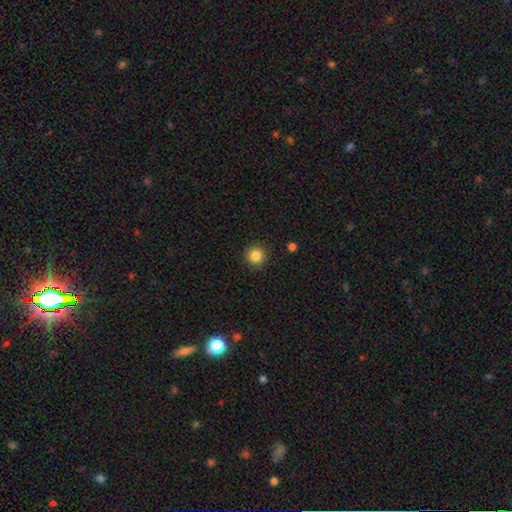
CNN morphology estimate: type=smooth (85%); roundness=round (94%); merging=none (91%).